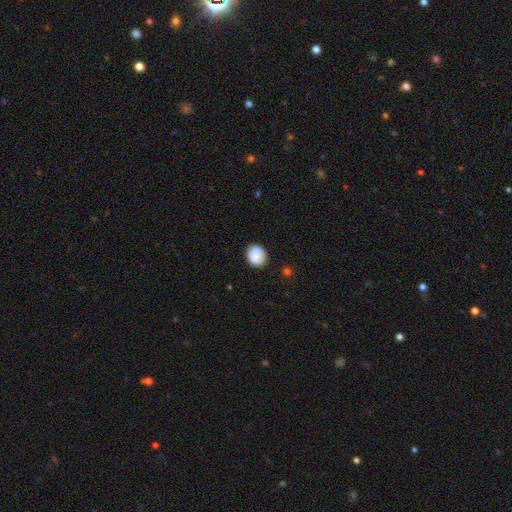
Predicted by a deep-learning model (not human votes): Smooth or featured? smooth (82%)
How rounded? round (67%)
Merging? none (83%)